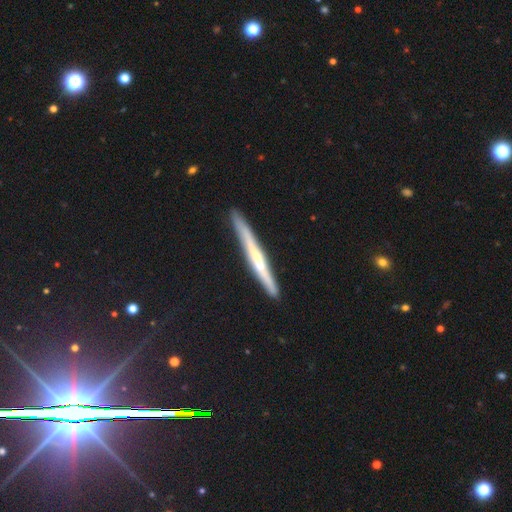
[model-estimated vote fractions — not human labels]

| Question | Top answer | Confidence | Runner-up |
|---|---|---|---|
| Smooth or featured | featured or disk | 65% | smooth (28%) |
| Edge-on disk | yes | 96% | no (4%) |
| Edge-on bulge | none | 49% | rounded (43%) |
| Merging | none | 88% | minor disturbance (9%) |